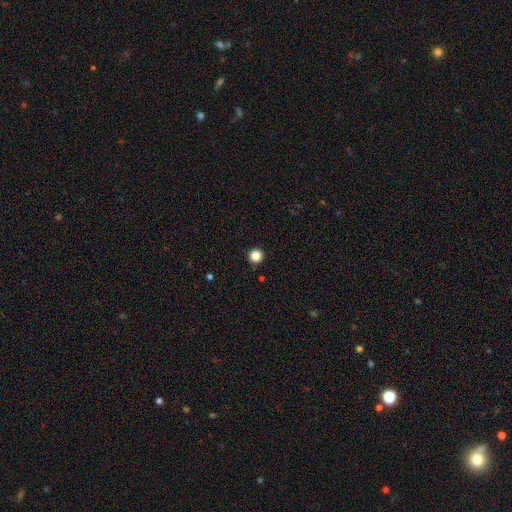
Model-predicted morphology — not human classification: smooth 86%, star or artifact 11%, featured or disk 3%. Down the decision tree: how rounded — round (96%); merging — none (93%).